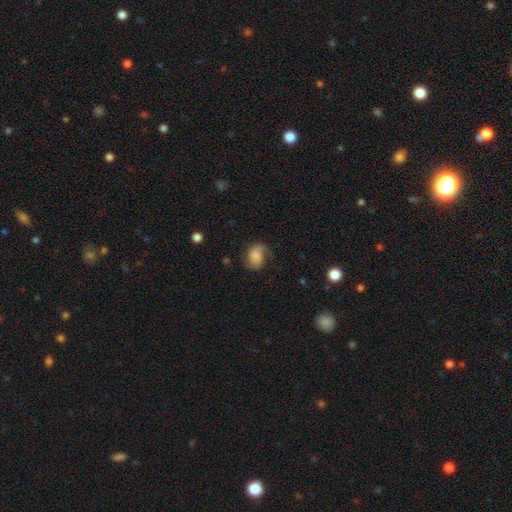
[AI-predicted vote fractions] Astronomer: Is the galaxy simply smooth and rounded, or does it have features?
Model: smooth — 51% (runner-up: featured or disk, 40%).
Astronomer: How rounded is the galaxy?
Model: in between — 68%.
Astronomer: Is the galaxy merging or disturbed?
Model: none — 52% (runner-up: minor disturbance, 27%).